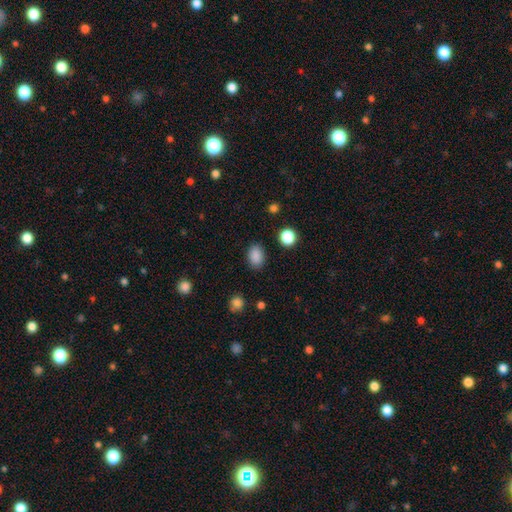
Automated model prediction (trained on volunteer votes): This is clearly a smooth galaxy (87%). How rounded: likely in between (76%). Merging: clearly none (86%).